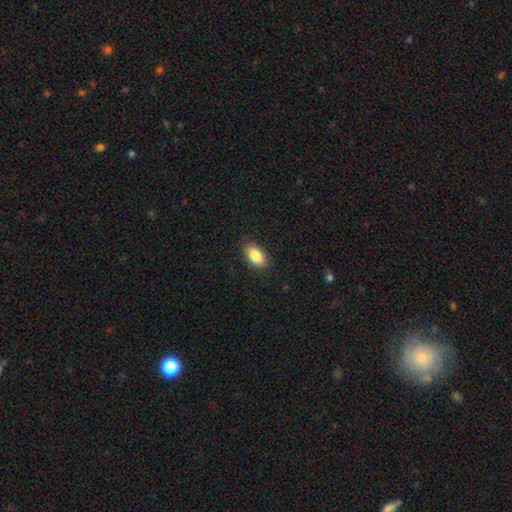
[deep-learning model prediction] A smooth galaxy with no disk features (86%) that is in between round and cigar-shaped (93%). Merging: none (87%).